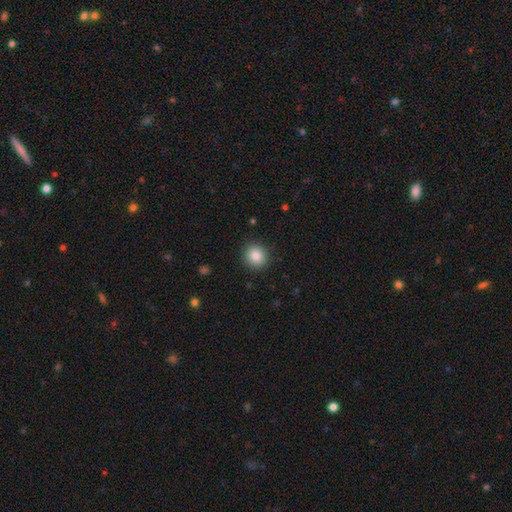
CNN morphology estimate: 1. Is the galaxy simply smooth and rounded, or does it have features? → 87% smooth, 9% star or artifact, 4% featured or disk.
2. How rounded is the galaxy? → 83% round, 17% in between, 1% cigar-shaped.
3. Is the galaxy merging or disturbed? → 89% none, 8% minor disturbance, 3% major disturbance, 1% merger.